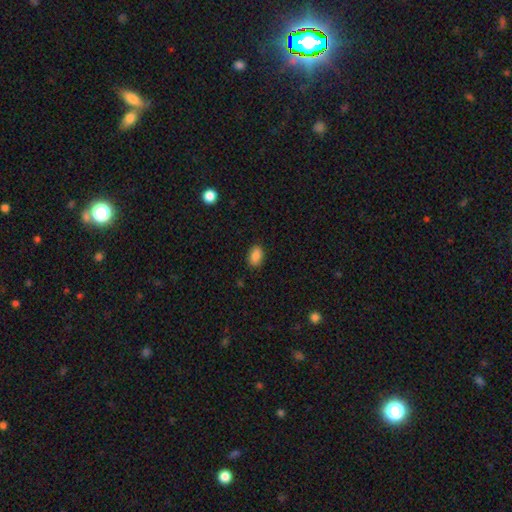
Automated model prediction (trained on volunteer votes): The model was most divided on "how rounded": in between: 86%, round: 13%, cigar-shaped: 1%. More confident: smooth or featured — smooth (87%); merging — none (87%).